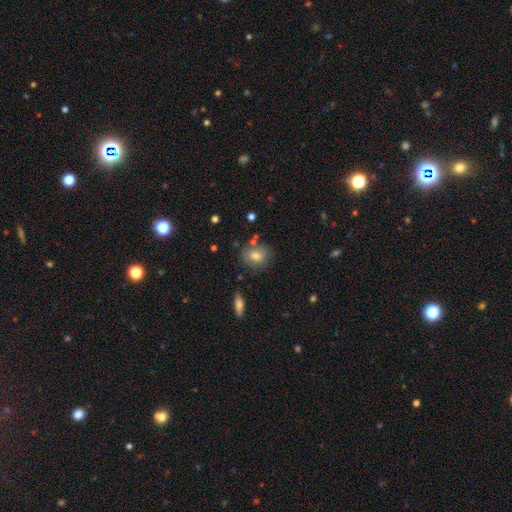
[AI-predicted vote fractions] This is likely a smooth galaxy (75%). How rounded: likely round (61%). Merging: likely none (75%).